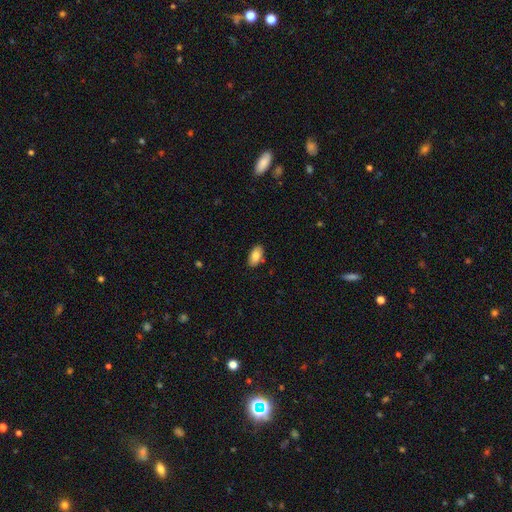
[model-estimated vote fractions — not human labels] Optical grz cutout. It shows a smooth galaxy with no disk features (83%) that is in between round and cigar-shaped (94%). Merging: none (85%).